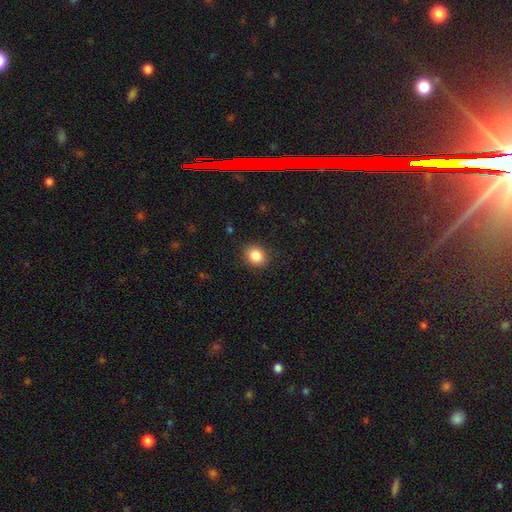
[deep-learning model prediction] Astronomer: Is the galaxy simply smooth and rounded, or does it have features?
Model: smooth — 85%.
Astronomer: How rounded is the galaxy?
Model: round — 67%.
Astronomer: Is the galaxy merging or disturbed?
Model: none — 89%.